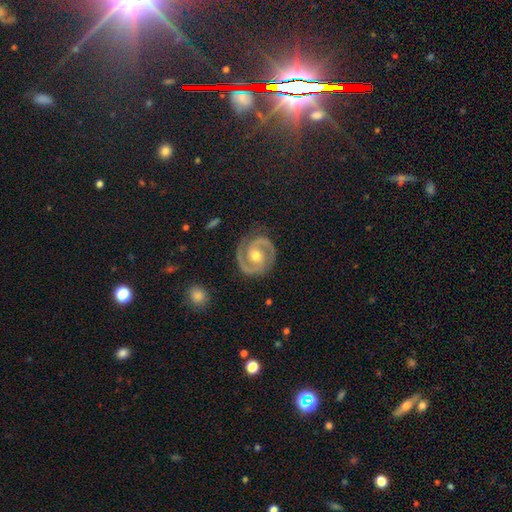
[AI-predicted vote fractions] smooth-or-featured: featured or disk: 91% | smooth: 5% | star or artifact: 5%
  disk-edge-on: no: 98% | yes: 2%
    bar: no: 46% | weak: 37% | strong: 18%
    has-spiral-arms: yes: 98% | no: 2%
      spiral-winding: medium: 47% | tight: 46% | loose: 7%
      spiral-arm-count: 2: 94% | can't tell: 2% | 1: 1% | 3: 1% | 4: 1% | more than 4: 1%
    bulge-size: moderate: 75% | small: 19% | large: 4% | none: 1% | dominant: 1%
  merging: none: 85% | minor disturbance: 11% | major disturbance: 3% | merger: 1%